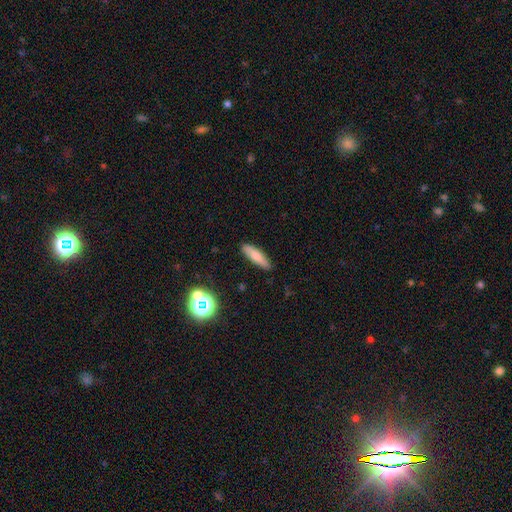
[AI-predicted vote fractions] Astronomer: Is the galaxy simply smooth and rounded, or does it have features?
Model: smooth — 75%.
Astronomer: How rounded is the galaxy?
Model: cigar-shaped — 71%.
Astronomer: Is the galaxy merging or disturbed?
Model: none — 87%.